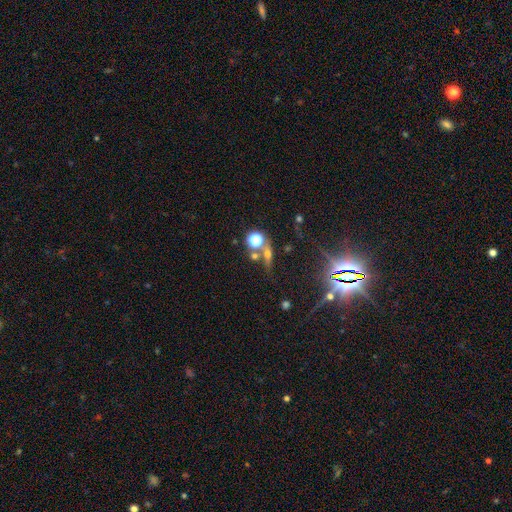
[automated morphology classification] smooth-or-featured: star or artifact: 46% | smooth: 33% | featured or disk: 21%